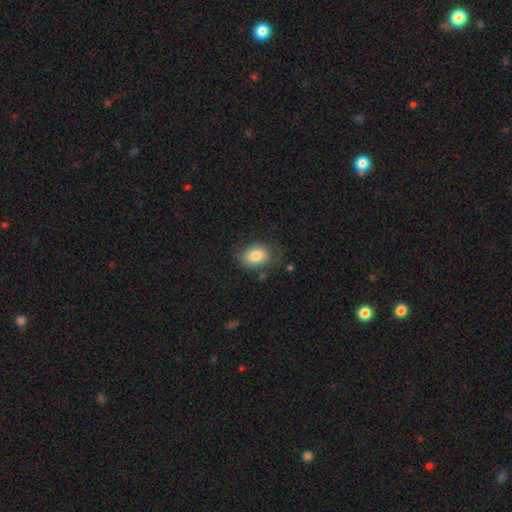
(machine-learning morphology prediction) The model was most divided on "merging": none: 67%, minor disturbance: 23%, major disturbance: 9%, merger: 2%. More confident: smooth or featured — smooth (82%); how rounded — in between (72%).